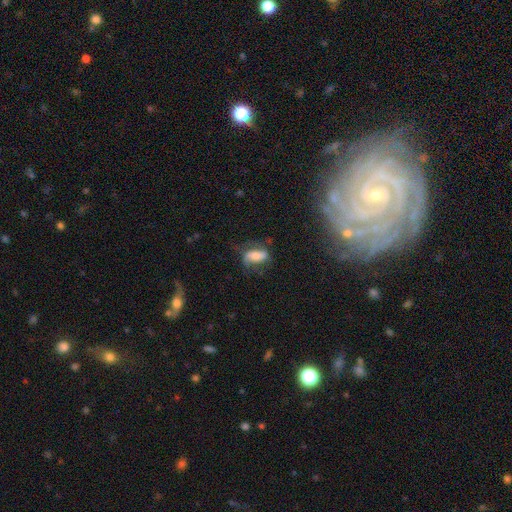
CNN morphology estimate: This appears to be a smooth galaxy with no disk features (46%). Merging: none (47%).